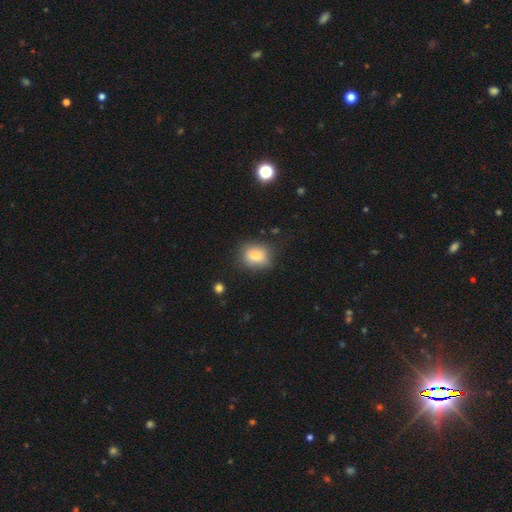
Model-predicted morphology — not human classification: This is likely a smooth galaxy (80%). How rounded: possibly round (52%). Merging: likely none (75%).